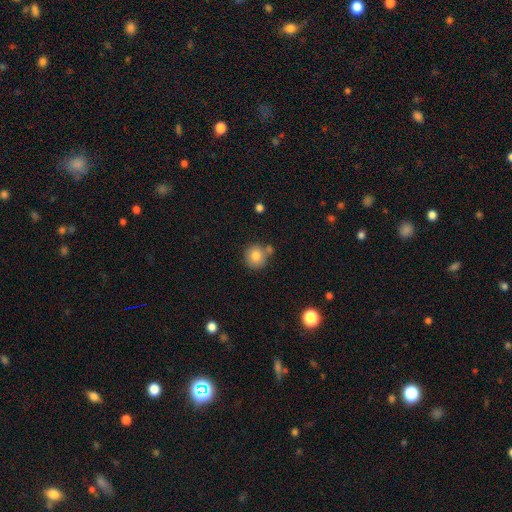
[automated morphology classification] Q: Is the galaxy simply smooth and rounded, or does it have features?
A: smooth — 81%.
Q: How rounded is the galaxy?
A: round — 91%.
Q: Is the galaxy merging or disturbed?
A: none — 66%.